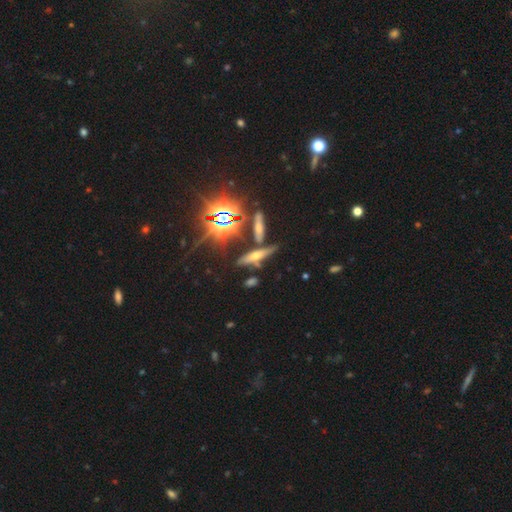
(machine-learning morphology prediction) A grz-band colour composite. It shows a smooth galaxy with no disk features (38%). Merging: none (64%).